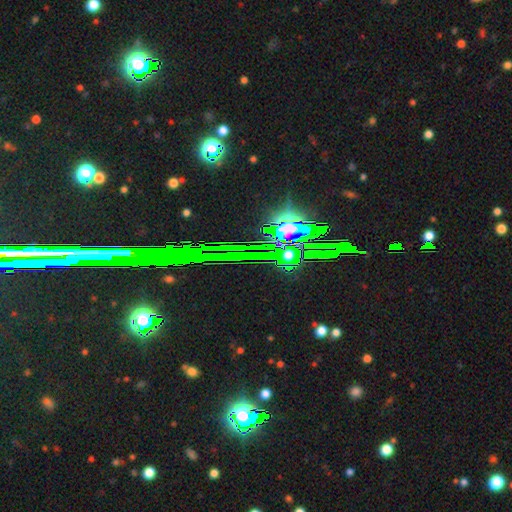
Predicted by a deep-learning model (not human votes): Smooth or featured?
  - star or artifact: 79% *
  - featured or disk: 11%
  - smooth: 10%